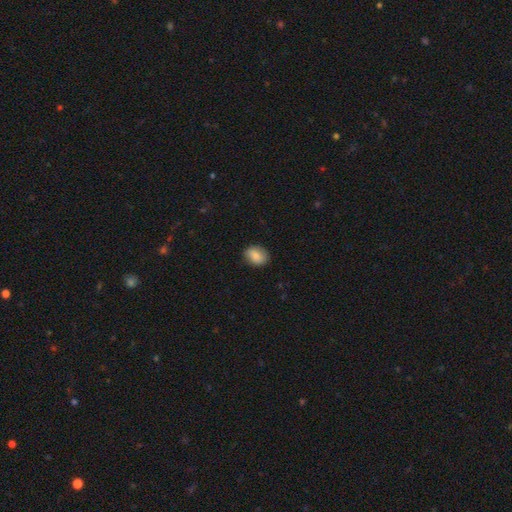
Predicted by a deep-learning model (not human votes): Overall: smooth (83%). How rounded: in between (59%; round 40%). Merging: none (85%).